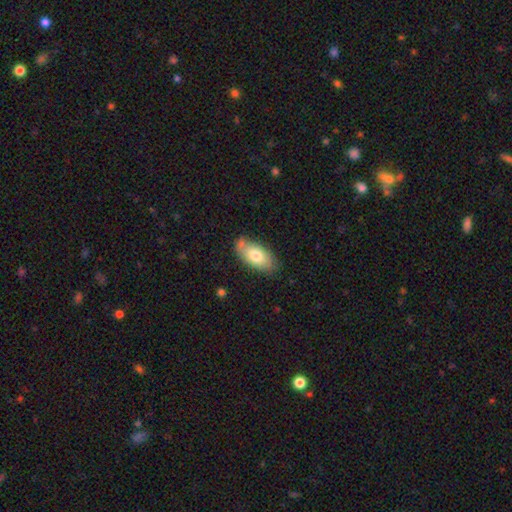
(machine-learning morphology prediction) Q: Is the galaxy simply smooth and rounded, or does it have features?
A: smooth — 74%.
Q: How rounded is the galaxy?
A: in between — 93%.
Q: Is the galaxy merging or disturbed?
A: none — 70%.